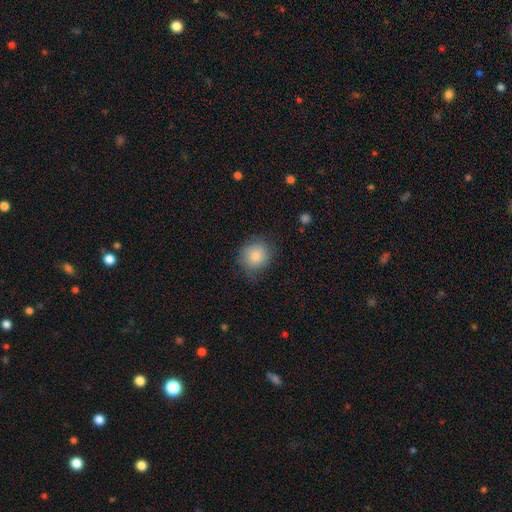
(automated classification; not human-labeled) Smooth or featured: smooth — 82% (featured or disk — 11%)
How rounded: round — 79% (in between — 20%)
Merging: none — 71% (minor disturbance — 22%)